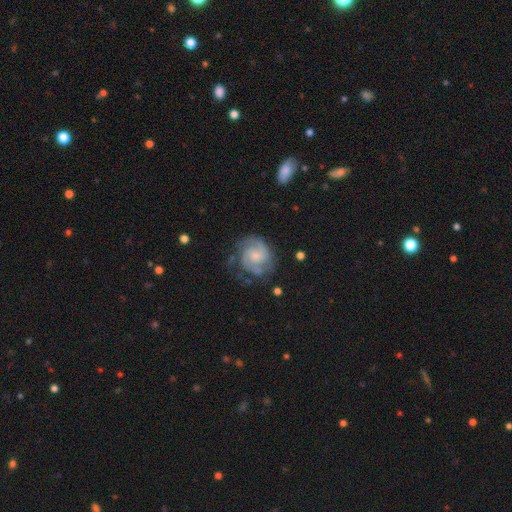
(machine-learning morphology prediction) smooth-or-featured: featured or disk: 83% | smooth: 12% | star or artifact: 5%
  disk-edge-on: no: 98% | yes: 2%
    bar: no: 58% | weak: 37% | strong: 6%
    has-spiral-arms: yes: 96% | no: 4%
      spiral-winding: tight: 49% | medium: 41% | loose: 10%
      spiral-arm-count: 2: 70% | can't tell: 11% | 3: 11% | 1: 4% | 4: 2% | more than 4: 2%
    bulge-size: small: 45% | moderate: 32% | none: 17% | large: 5% | dominant: 1%
  merging: none: 65% | minor disturbance: 21% | major disturbance: 12% | merger: 2%